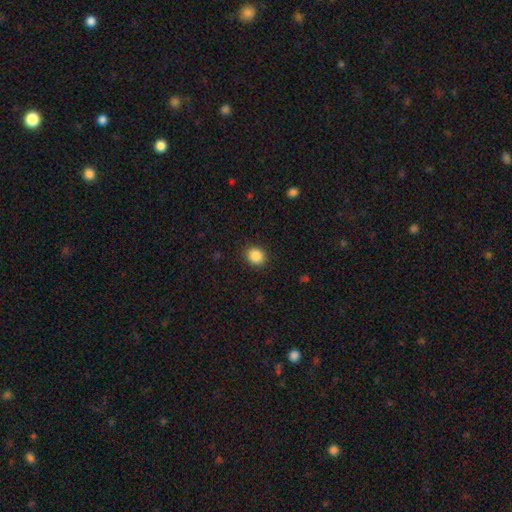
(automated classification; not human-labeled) This is clearly a smooth galaxy (87%). How rounded: likely round (78%). Merging: clearly none (90%).